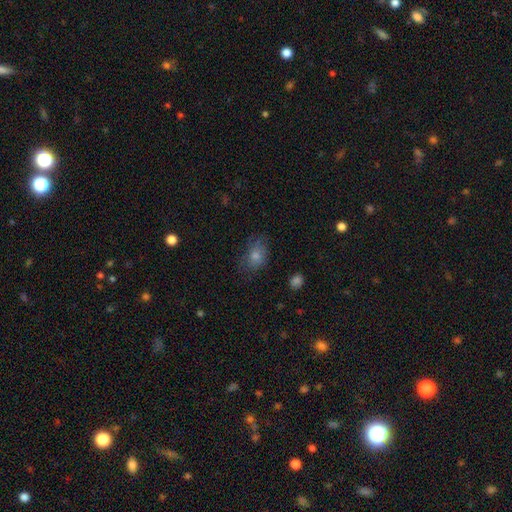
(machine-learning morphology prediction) The model was most divided on "how rounded": in between: 69%, round: 29%, cigar-shaped: 2%. More confident: merging — none (70%); smooth or featured — smooth (66%).